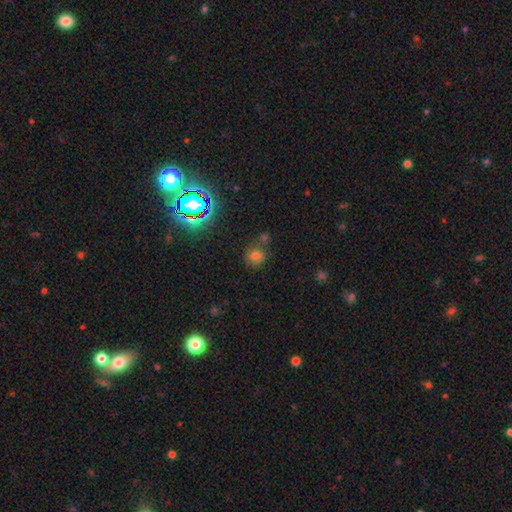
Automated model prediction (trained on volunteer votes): This appears to be a smooth galaxy with no disk features (64%) that is round (79%). Merging: none (62%).